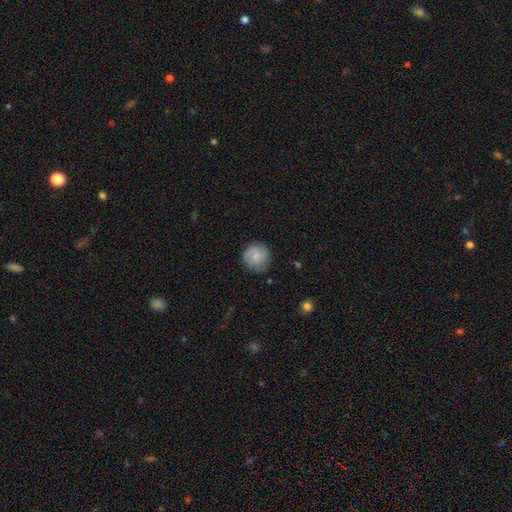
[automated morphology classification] Overall: smooth (65%; featured or disk 27%). How rounded: round (91%). Merging: none (77%).